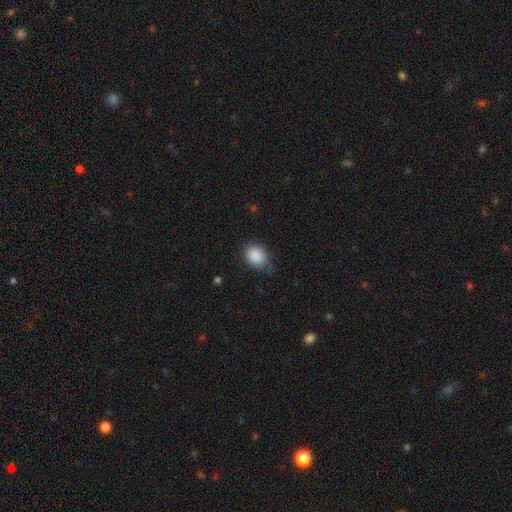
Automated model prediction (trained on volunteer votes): Morphology: type=smooth (88%); roundness=in between (52%); merging=none (68%).